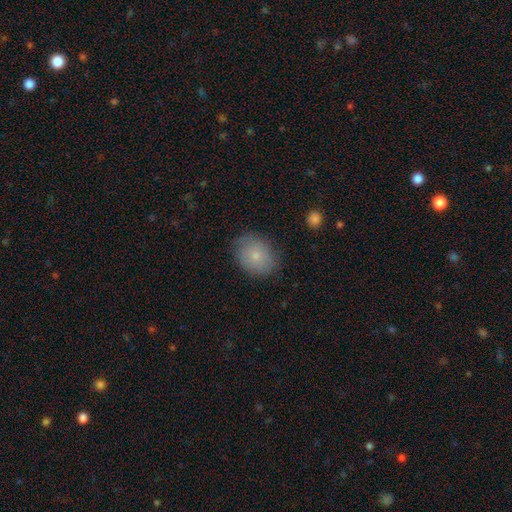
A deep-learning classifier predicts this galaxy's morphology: Overall: smooth (76%). How rounded: in between (55%; round 44%). Merging: none (77%).